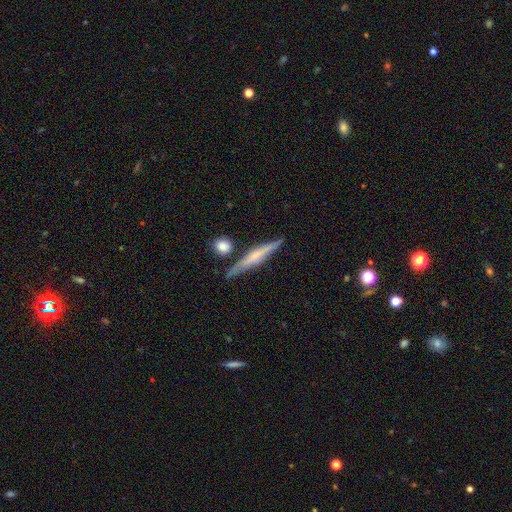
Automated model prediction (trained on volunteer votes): The model was most divided on "edge-on bulge": rounded: 53%, none: 25%, boxy: 21%. More confident: edge-on disk — yes (96%); merging — none (80%); smooth or featured — featured or disk (61%).